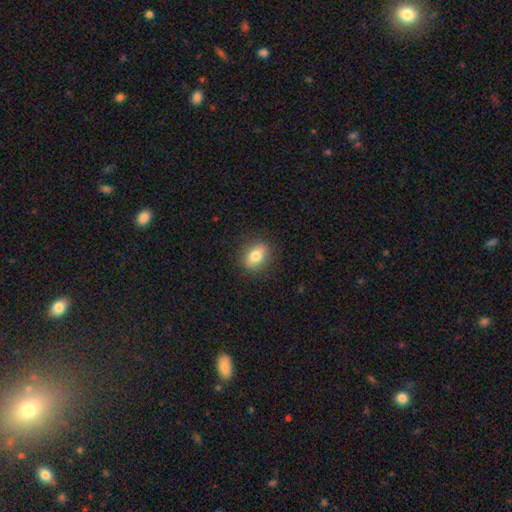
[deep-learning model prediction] Q: Smooth or featured?
A: smooth (76%); runner-up: featured or disk (16%)
Q: How rounded?
A: in between (67%); runner-up: round (30%)
Q: Merging?
A: none (86%); runner-up: minor disturbance (10%)